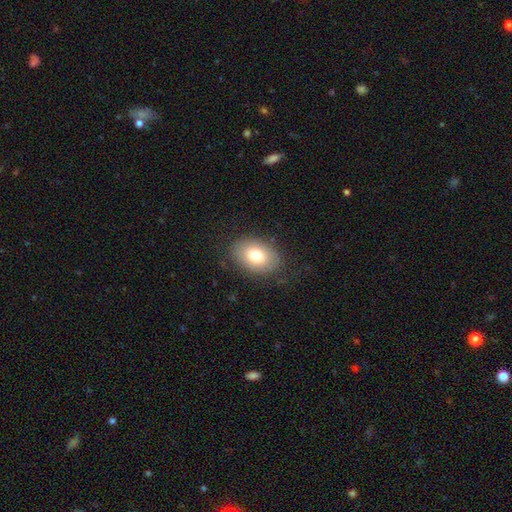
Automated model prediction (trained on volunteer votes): Q: Smooth or featured?
A: smooth (77%); runner-up: featured or disk (15%)
Q: How rounded?
A: in between (80%); runner-up: round (19%)
Q: Merging?
A: none (82%); runner-up: minor disturbance (13%)